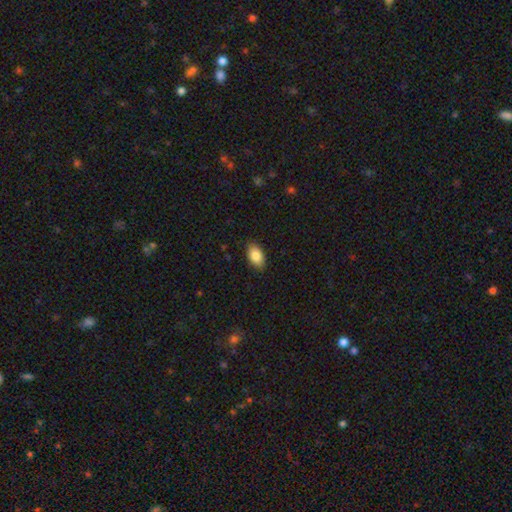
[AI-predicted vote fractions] Smooth or featured?
  - smooth: 86% *
  - star or artifact: 7%
  - featured or disk: 7%
How rounded?
  - in between: 92% *
  - round: 6%
  - cigar-shaped: 2%
Merging?
  - none: 87% *
  - minor disturbance: 10%
  - major disturbance: 2%
  - merger: 1%